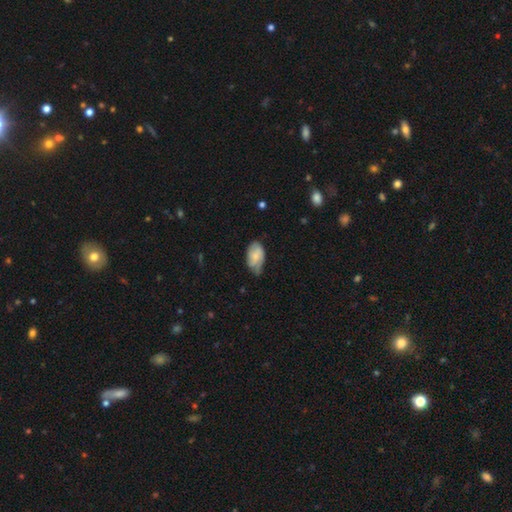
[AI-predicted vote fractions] smooth-or-featured: smooth: 63% | featured or disk: 30% | star or artifact: 7%
  how-rounded: in between: 93% | round: 5% | cigar-shaped: 2%
  merging: none: 49% | minor disturbance: 40% | major disturbance: 10% | merger: 2%